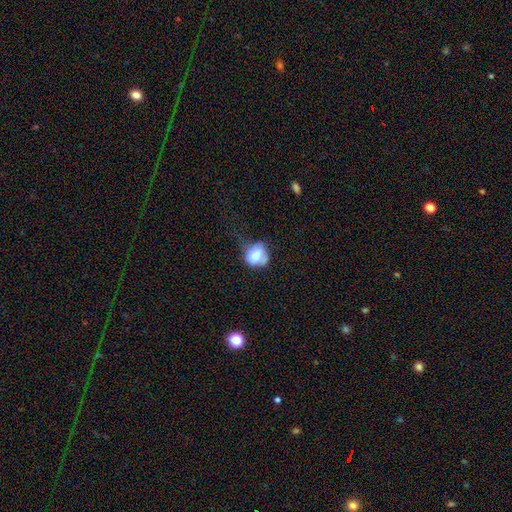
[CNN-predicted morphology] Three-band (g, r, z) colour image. It shows a smooth galaxy with no disk features (66%) that is round (63%). Merging: none (36%).